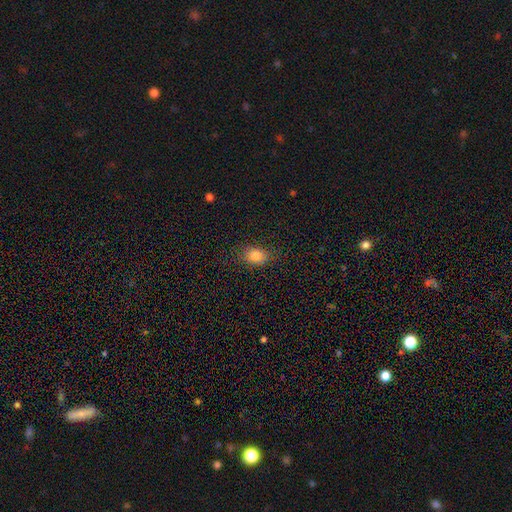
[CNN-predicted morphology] type=smooth (81%); roundness=in between (64%); merging=none (82%).